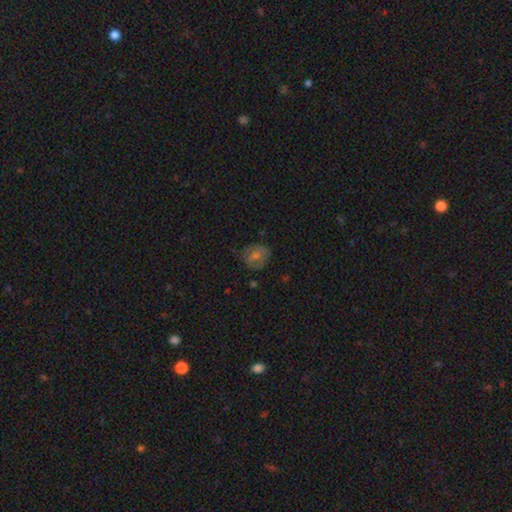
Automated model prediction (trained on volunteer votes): This appears to be a smooth galaxy with no disk features (53%) that is round (71%). Merging: none (73%).